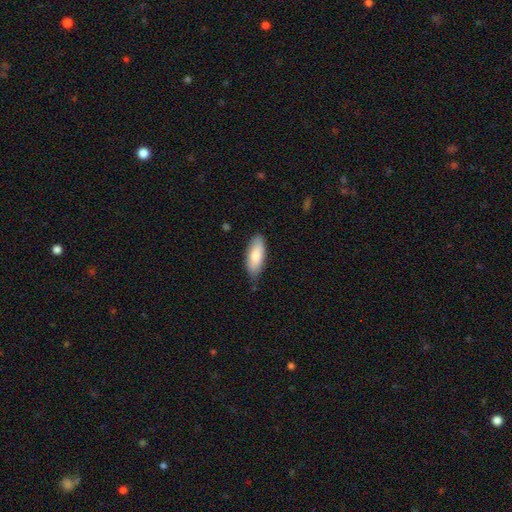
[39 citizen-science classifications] Smooth or featured: smooth — 82% (featured or disk — 15%)
How rounded: in between — 72% (cigar-shaped — 28%)
Merging: none — 61% (minor disturbance — 39%)